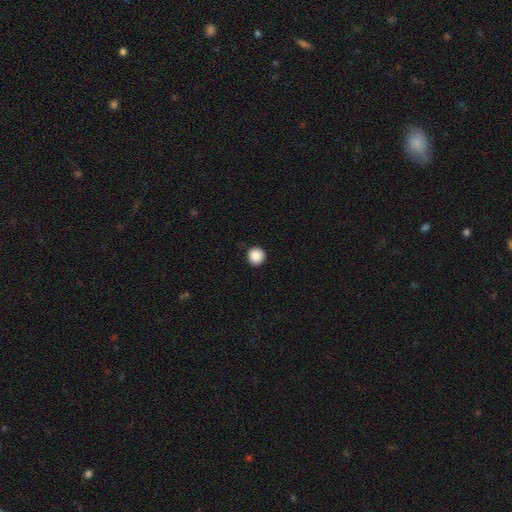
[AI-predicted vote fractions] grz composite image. It shows a smooth galaxy with no disk features (88%) that is round (95%). Merging: none (90%).